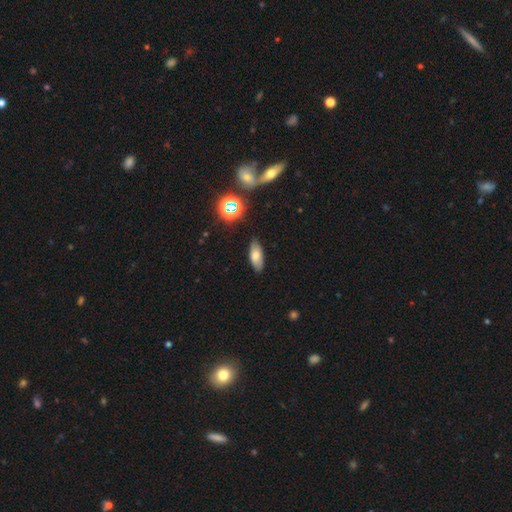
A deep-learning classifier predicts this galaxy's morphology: type=smooth (71%); roundness=in between (82%); merging=none (82%).